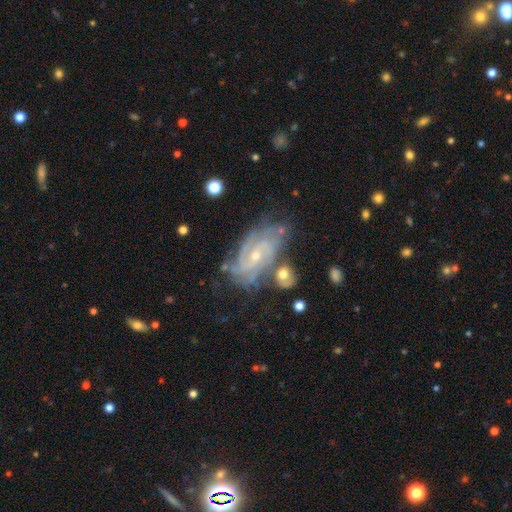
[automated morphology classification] Smooth or featured?
  - featured or disk: 88% *
  - smooth: 6%
  - star or artifact: 6%
Edge-on disk?
  - no: 96% *
  - yes: 4%
Bar?
  - no: 50% *
  - weak: 38%
  - strong: 12%
Spiral arms?
  - yes: 97% *
  - no: 3%
Spiral winding?
  - tight: 65% *
  - medium: 29%
  - loose: 6%
Spiral arm count?
  - 2: 27% *
  - 3: 25%
  - can't tell: 24%
  - 4: 14%
  - more than 4: 5%
  - 1: 5%
Bulge size?
  - small: 65% *
  - moderate: 32%
  - none: 1%
  - large: 1%
  - dominant: 1%
Merging?
  - none: 63% *
  - minor disturbance: 21%
  - merger: 8%
  - major disturbance: 8%